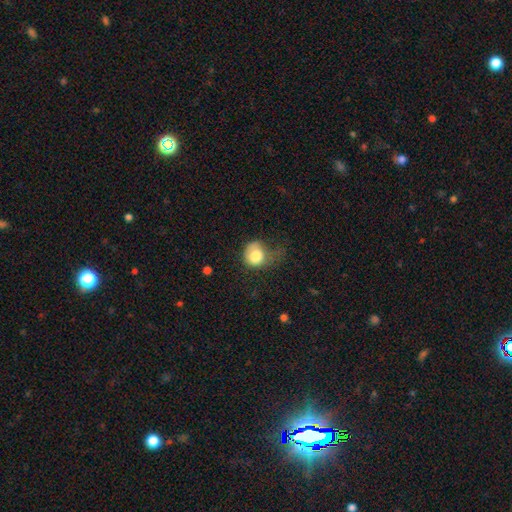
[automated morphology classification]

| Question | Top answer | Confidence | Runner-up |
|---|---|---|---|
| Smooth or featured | smooth | 78% | featured or disk (13%) |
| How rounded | round | 69% | in between (30%) |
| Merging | major disturbance | 39% | minor disturbance (33%) |